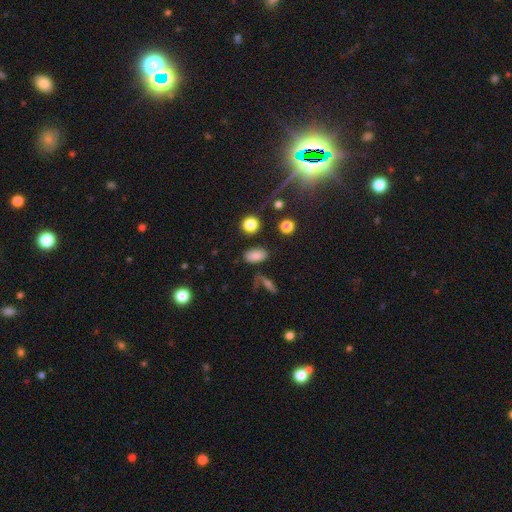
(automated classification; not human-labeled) Smooth or featured? Predicted: smooth (p=0.81). How rounded? Predicted: in between (p=0.86). Merging? Predicted: none (p=0.78).